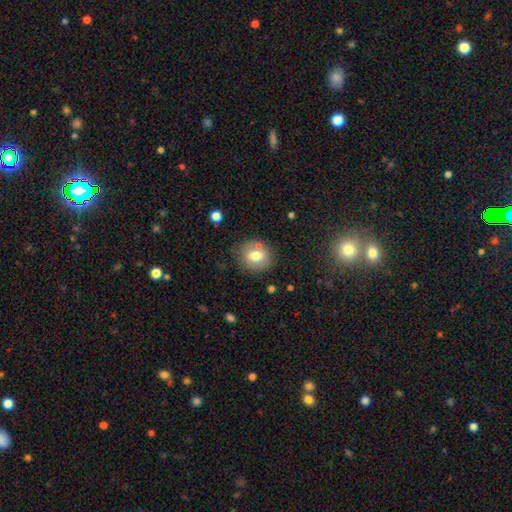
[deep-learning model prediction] Smooth or featured? smooth (72%)
How rounded? round (75%)
Merging? none (74%)